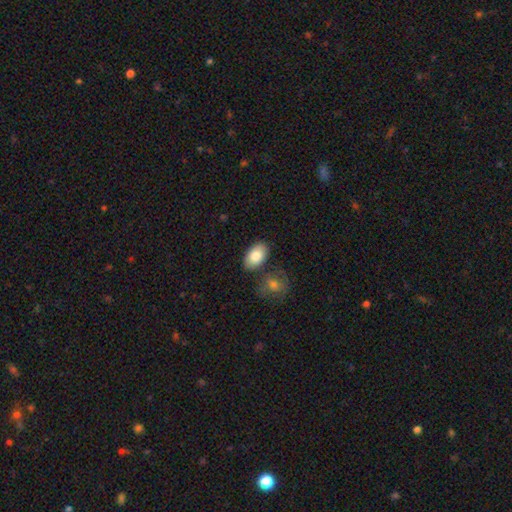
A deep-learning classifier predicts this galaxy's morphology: The model was most divided on "merging": none: 79%, minor disturbance: 11%, merger: 8%, major disturbance: 3%. More confident: how rounded — in between (93%); smooth or featured — smooth (85%).